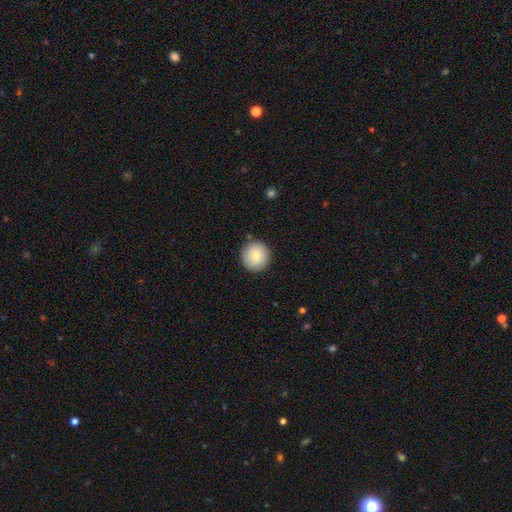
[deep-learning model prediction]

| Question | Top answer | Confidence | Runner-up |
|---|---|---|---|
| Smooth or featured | smooth | 83% | featured or disk (10%) |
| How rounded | round | 94% | in between (5%) |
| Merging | none | 89% | minor disturbance (8%) |